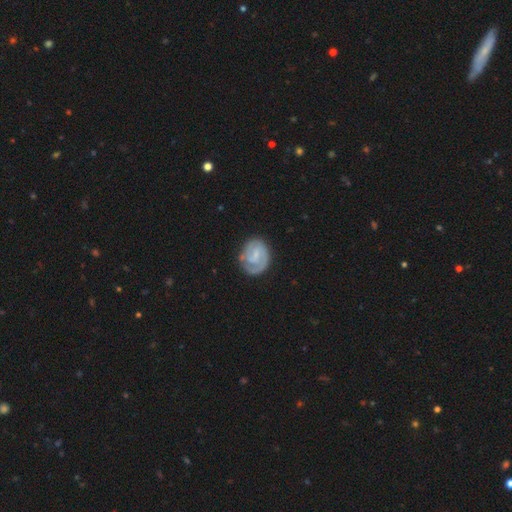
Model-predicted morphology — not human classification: featured or disk 73%, smooth 21%, star or artifact 5%. Down the decision tree: edge-on disk — no (98%); bar — weak (51%); spiral arms — yes (91%); spiral arm count — 2 (55%); spiral winding — tight (58%); bulge size — small (49%); merging — none (69%).